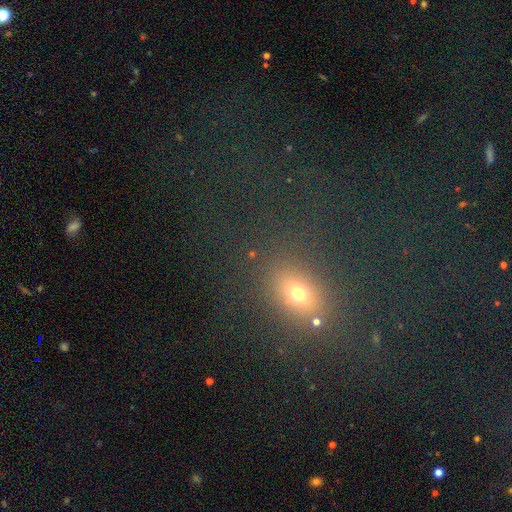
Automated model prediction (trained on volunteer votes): Smooth or featured: smooth — 56% (star or artifact — 32%)
How rounded: in between — 60% (round — 36%)
Merging: none — 75% (minor disturbance — 12%)